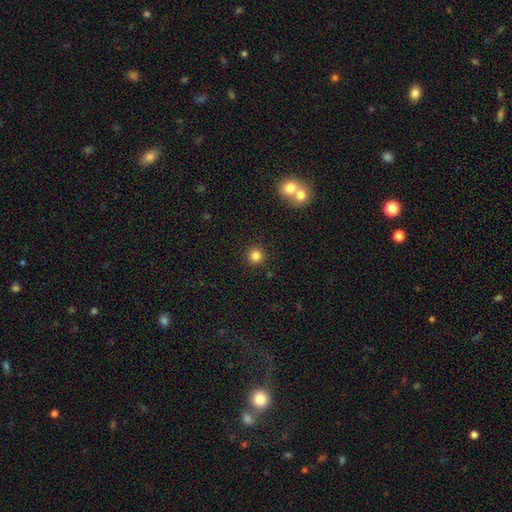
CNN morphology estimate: smooth 82%, star or artifact 13%, featured or disk 5%. Down the decision tree: how rounded — round (95%); merging — none (90%).